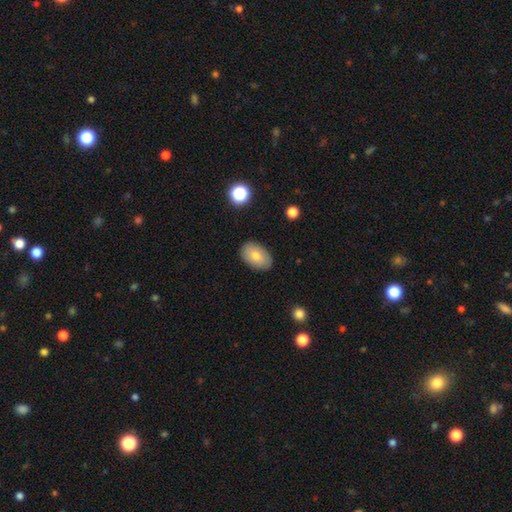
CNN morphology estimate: This appears to be a smooth galaxy with no disk features (76%) that is in between round and cigar-shaped (89%). Merging: none (86%).